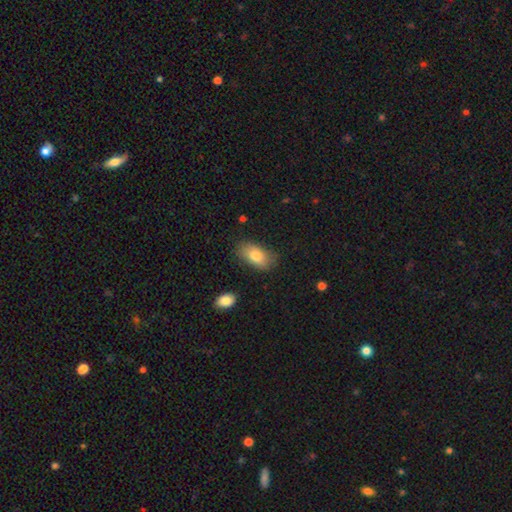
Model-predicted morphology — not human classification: This is clearly a smooth galaxy (80%). How rounded: clearly in between (92%). Merging: likely none (79%).